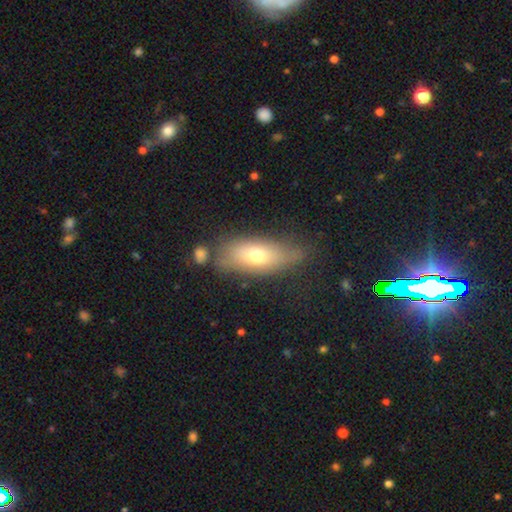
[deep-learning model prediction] Morphology: type=smooth (64%); roundness=in between (76%); merging=none (58%).